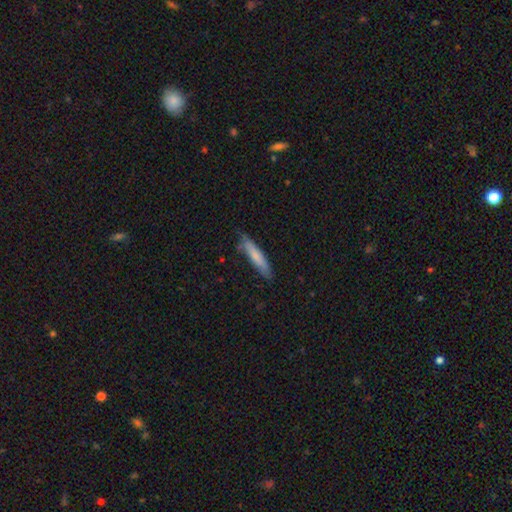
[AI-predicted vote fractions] This appears to be a smooth galaxy with no disk features (74%) that is cigar-shaped (87%). Merging: none (73%).